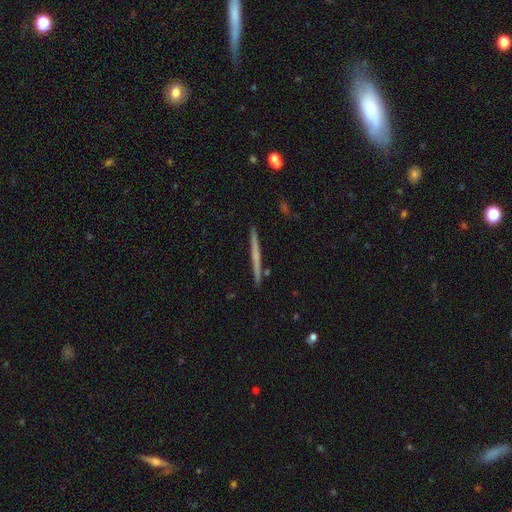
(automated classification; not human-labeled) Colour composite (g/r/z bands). It shows a featured or disk galaxy (53%) viewed edge-on (98%) with no central bulge (84%). Merging: none (92%).